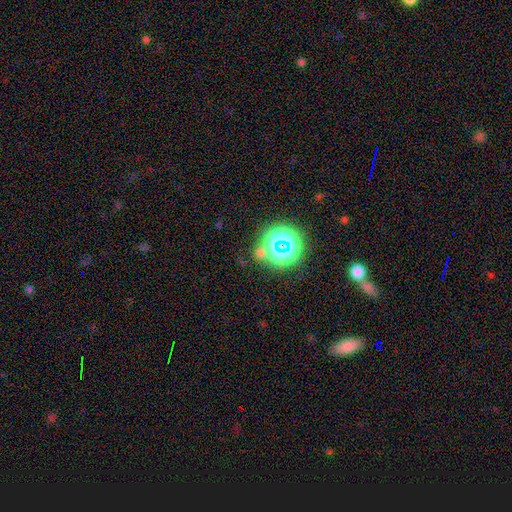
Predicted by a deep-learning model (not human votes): star or artifact 70%, smooth 20%, featured or disk 10%.